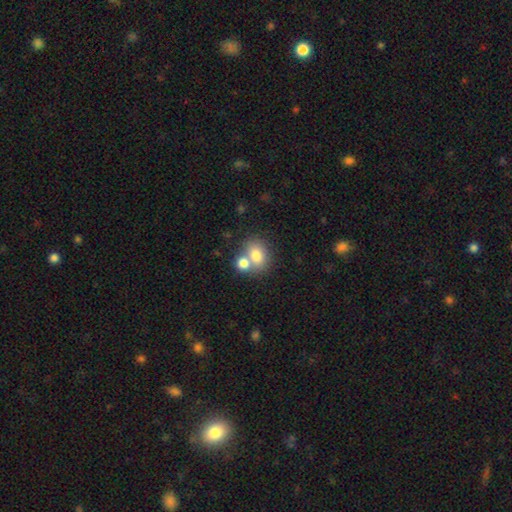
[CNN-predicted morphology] type=smooth (76%); roundness=in between (50%); merging=merger (46%).